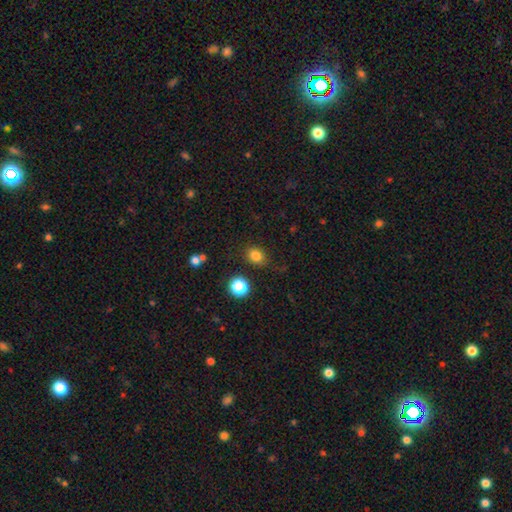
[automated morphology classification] Smooth or featured? Predicted: smooth (p=0.82). How rounded? Predicted: round (p=0.56). Merging? Predicted: none (p=0.81).